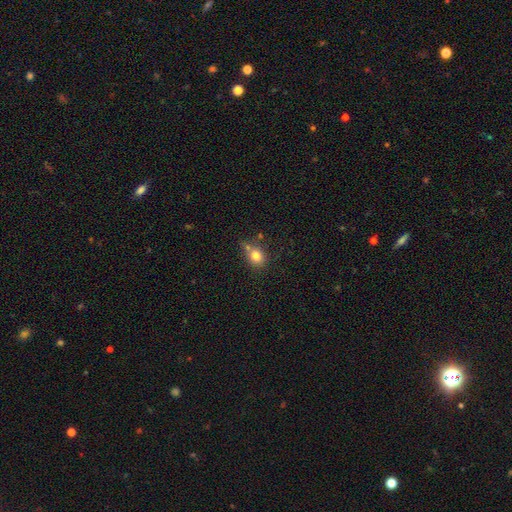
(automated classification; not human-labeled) Smooth or featured? Predicted: smooth (p=0.79). How rounded? Predicted: round (p=0.65). Merging? Predicted: none (p=0.56).